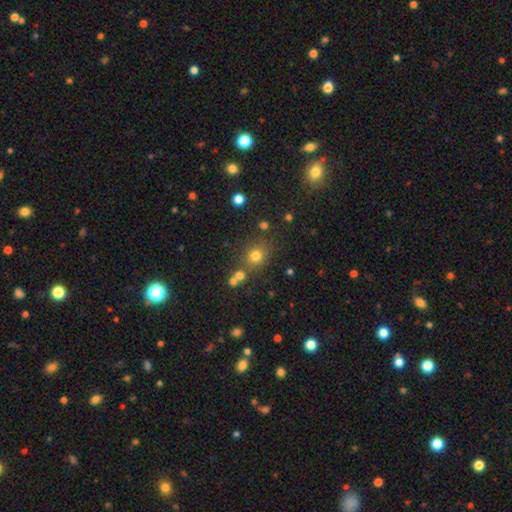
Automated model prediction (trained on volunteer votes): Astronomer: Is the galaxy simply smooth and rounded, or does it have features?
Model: smooth — 74%.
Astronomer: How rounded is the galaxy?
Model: round — 81%.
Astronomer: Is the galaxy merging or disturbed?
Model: none — 71%.